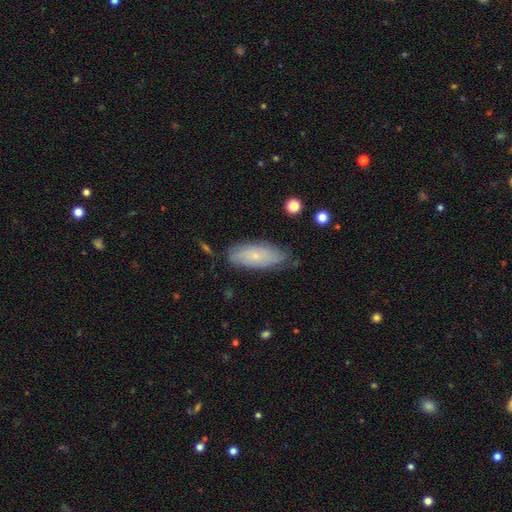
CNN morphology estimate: Overall: smooth (56%; featured or disk 37%). How rounded: in between (79%). Merging: none (71%).